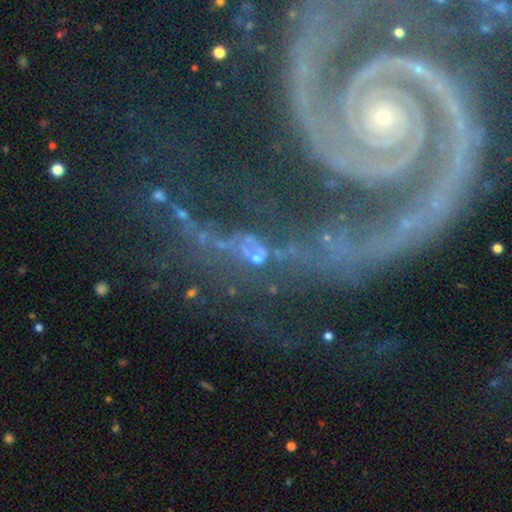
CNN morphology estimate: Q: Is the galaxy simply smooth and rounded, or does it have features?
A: star or artifact — 44%.